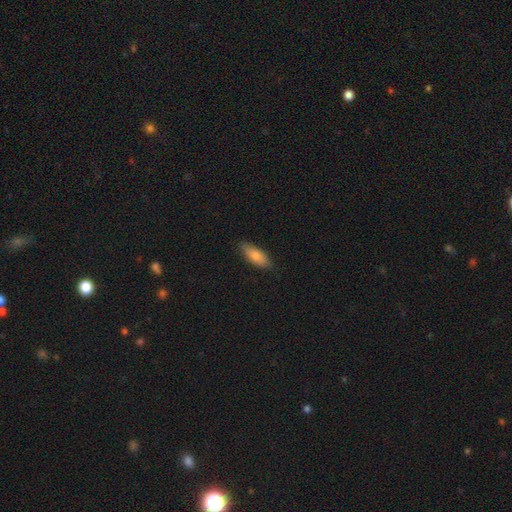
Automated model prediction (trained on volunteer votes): A smooth galaxy with no disk features (81%) that is in between round and cigar-shaped (74%). Merging: none (84%).